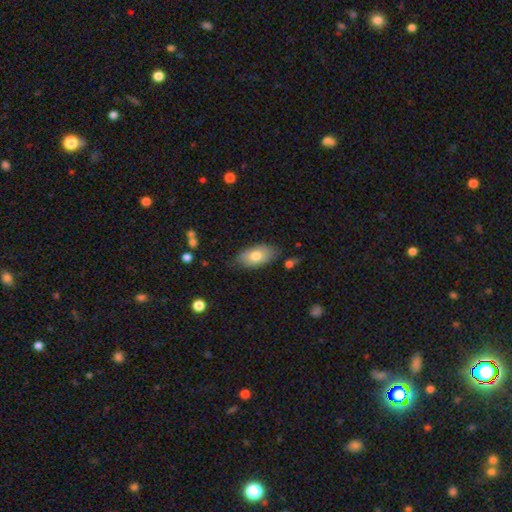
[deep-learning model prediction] A smooth galaxy with no disk features (73%) that is in between round and cigar-shaped (93%).

Vote fractions:
- Smooth or featured? smooth: 73% / featured or disk: 20% / star or artifact: 7%
- How rounded? in between: 93% / round: 4% / cigar-shaped: 3%
- Merging? none: 76% / minor disturbance: 18% / major disturbance: 4% / merger: 2%